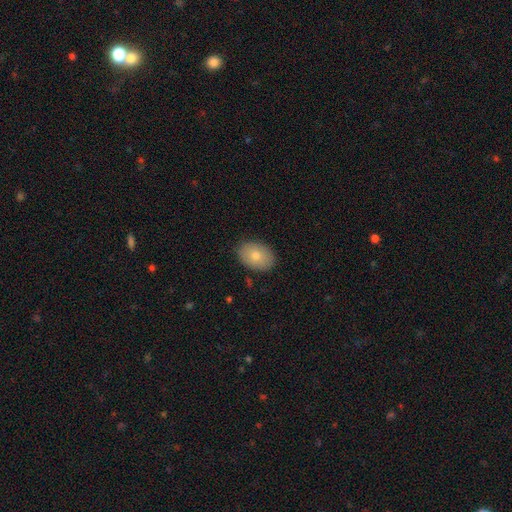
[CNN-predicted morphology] Smooth or featured? Predicted: smooth (p=0.78). How rounded? Predicted: in between (p=0.82). Merging? Predicted: none (p=0.87).